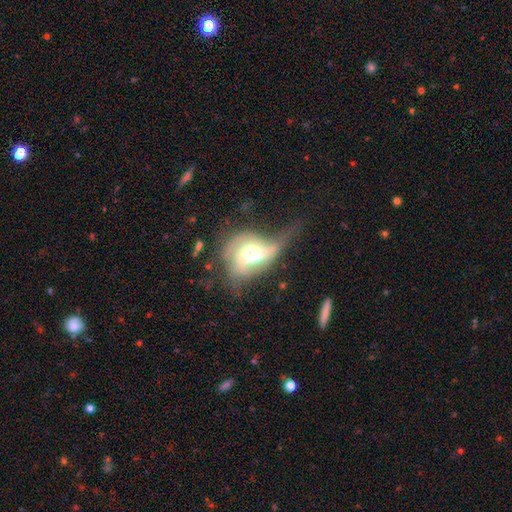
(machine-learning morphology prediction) Smooth or featured?
  - featured or disk: 60% *
  - smooth: 32%
  - star or artifact: 8%
Edge-on disk?
  - no: 92% *
  - yes: 8%
Bar?
  - no: 61% *
  - weak: 29%
  - strong: 10%
Spiral arms?
  - yes: 62% *
  - no: 38%
Bulge size?
  - moderate: 54% *
  - large: 24%
  - small: 14%
  - dominant: 4%
  - none: 4%
Merging?
  - major disturbance: 47% *
  - minor disturbance: 20%
  - none: 20%
  - merger: 13%